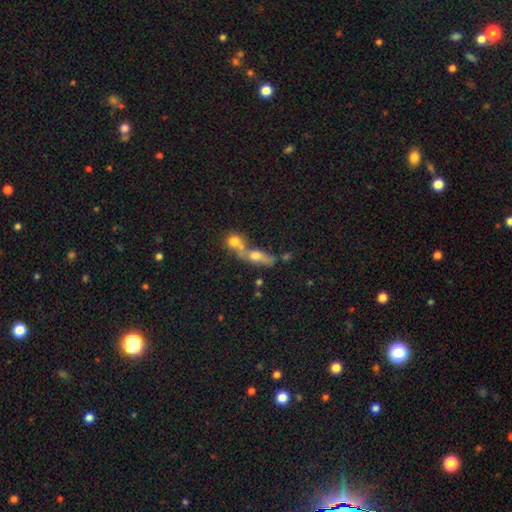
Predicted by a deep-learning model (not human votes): smooth-or-featured: smooth: 58% | featured or disk: 31% | star or artifact: 11%
  how-rounded: in between: 53% | cigar-shaped: 33% | round: 14%
  merging: merger: 53% | none: 30% | minor disturbance: 10% | major disturbance: 7%